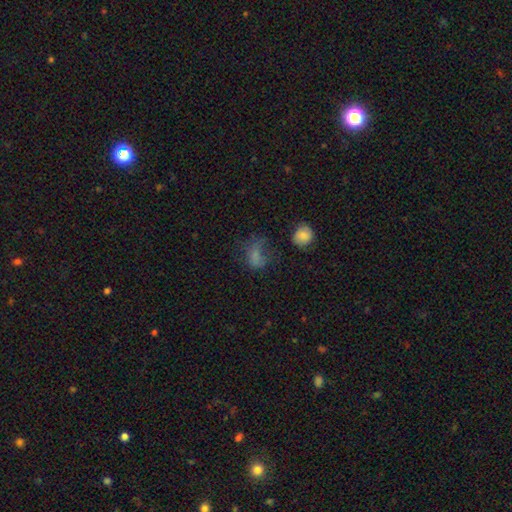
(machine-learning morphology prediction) Smooth or featured? Predicted: smooth (p=0.65). How rounded? Predicted: in between (p=0.64). Merging? Predicted: major disturbance (p=0.36).